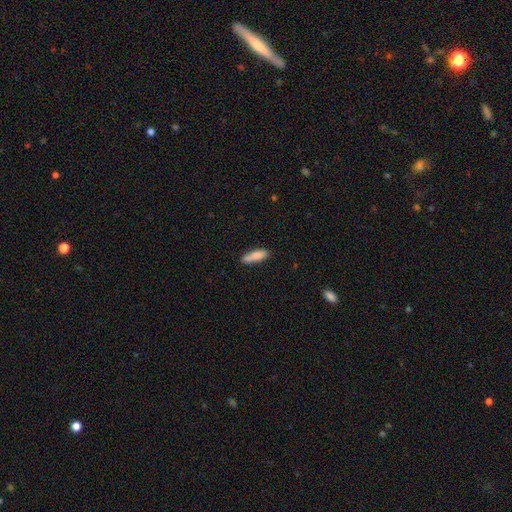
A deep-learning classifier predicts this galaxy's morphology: type=smooth (84%); roundness=cigar-shaped (57%); merging=none (77%).